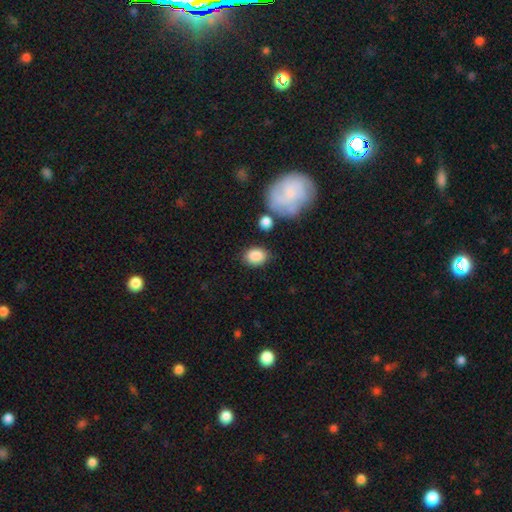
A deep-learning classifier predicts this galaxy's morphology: This is clearly a smooth galaxy (86%). How rounded: likely in between (67%). Merging: likely none (77%).